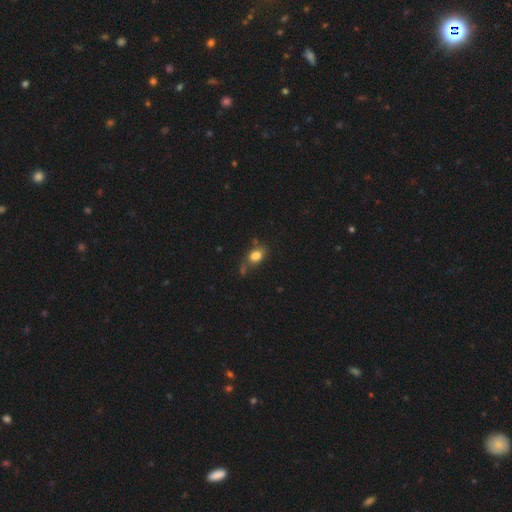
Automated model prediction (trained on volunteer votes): smooth-or-featured: smooth: 81% | star or artifact: 10% | featured or disk: 9%
  how-rounded: in between: 72% | round: 26% | cigar-shaped: 2%
  merging: none: 52% | minor disturbance: 25% | major disturbance: 12% | merger: 12%